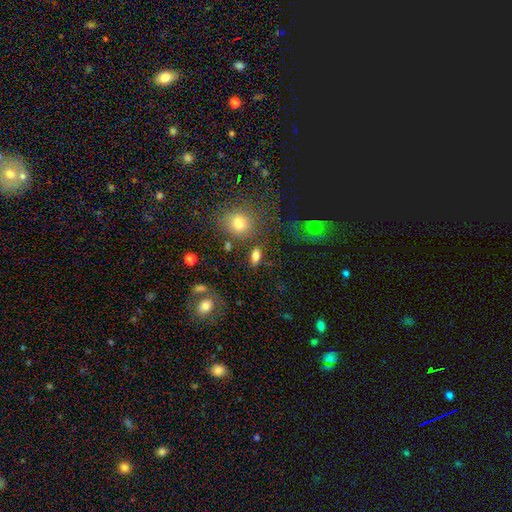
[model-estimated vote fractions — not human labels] smooth-or-featured: smooth: 78% | featured or disk: 11% | star or artifact: 10%
  how-rounded: in between: 80% | round: 11% | cigar-shaped: 9%
  merging: none: 79% | minor disturbance: 11% | merger: 6% | major disturbance: 4%